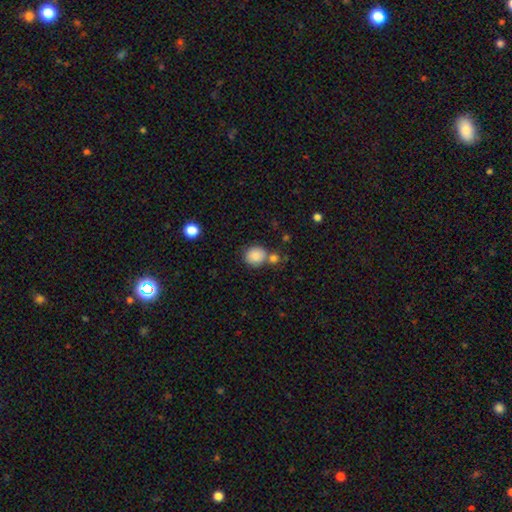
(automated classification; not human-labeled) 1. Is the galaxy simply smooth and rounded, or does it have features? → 86% smooth, 9% star or artifact, 5% featured or disk.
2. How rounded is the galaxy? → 82% round, 18% in between, 1% cigar-shaped.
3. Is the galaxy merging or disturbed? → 62% none, 21% merger, 12% minor disturbance, 4% major disturbance.